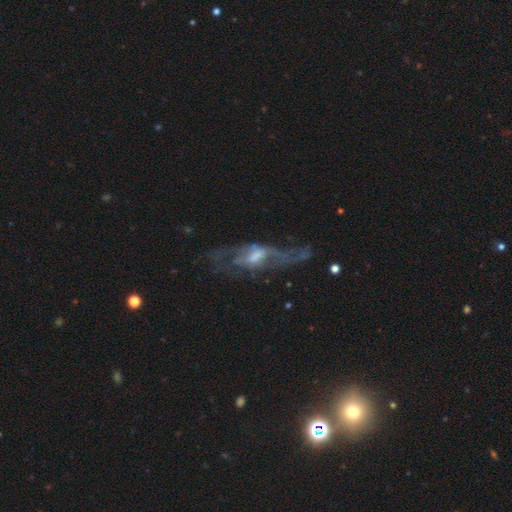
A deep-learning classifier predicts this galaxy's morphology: Q: Smooth or featured?
A: featured or disk (75%); runner-up: smooth (17%)
Q: Edge-on disk?
A: no (78%); runner-up: yes (22%)
Q: Bar?
A: weak (45%); runner-up: no (35%)
Q: Spiral arms?
A: yes (66%); runner-up: no (34%)
Q: Bulge size?
A: moderate (46%); runner-up: small (30%)
Q: Merging?
A: none (44%); runner-up: major disturbance (32%)